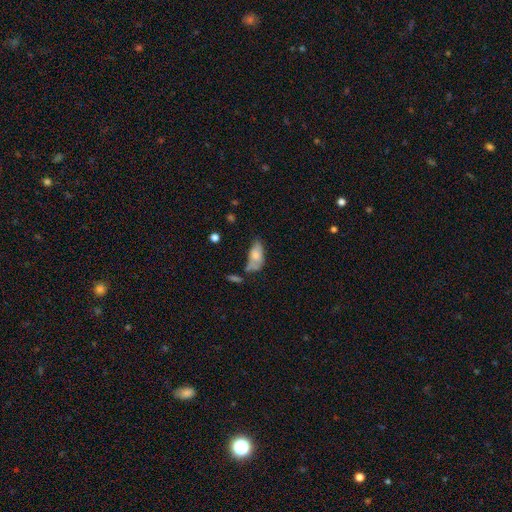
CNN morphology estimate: Overall: smooth (68%). How rounded: in between (90%). Merging: none (34%; minor disturbance 33%).